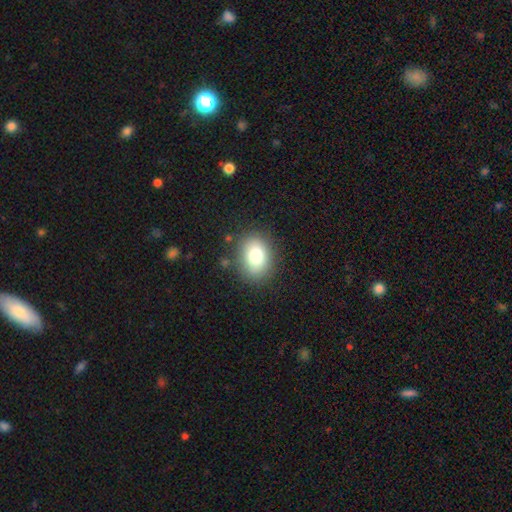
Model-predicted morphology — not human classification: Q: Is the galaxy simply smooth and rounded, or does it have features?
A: smooth — 77%.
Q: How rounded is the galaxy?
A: in between — 57%.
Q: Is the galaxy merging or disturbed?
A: none — 83%.